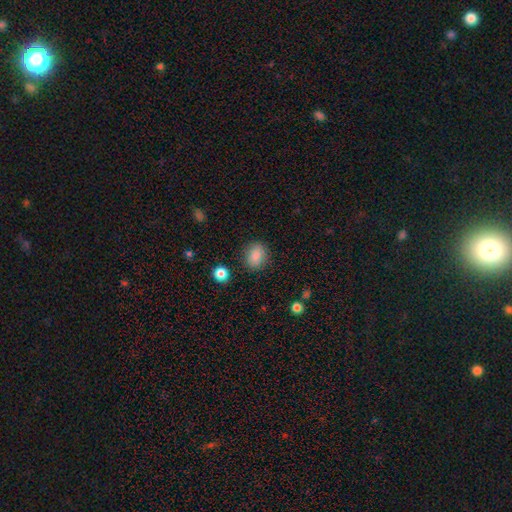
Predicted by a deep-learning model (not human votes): Smooth or featured? Predicted: smooth (p=0.87). How rounded? Predicted: in between (p=0.61). Merging? Predicted: none (p=0.84).